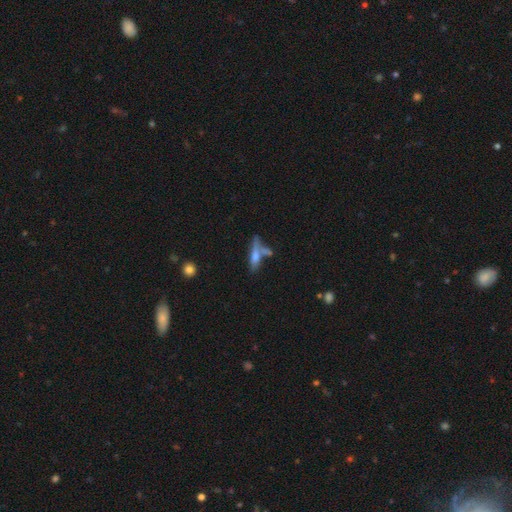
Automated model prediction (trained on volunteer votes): smooth_or_featured: smooth (p=0.50) [alt: featured or disk p=0.40]
how_rounded: cigar-shaped (p=0.70) [alt: in between p=0.27]
merging: none (p=0.49) [alt: merger p=0.28]